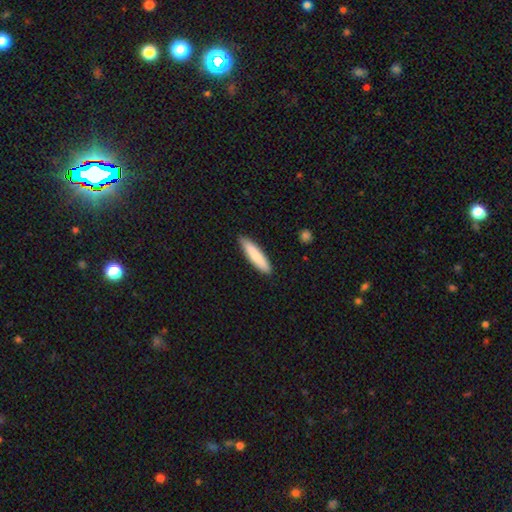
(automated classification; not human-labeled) This is clearly a smooth galaxy (83%). How rounded: likely cigar-shaped (78%). Merging: clearly none (87%).